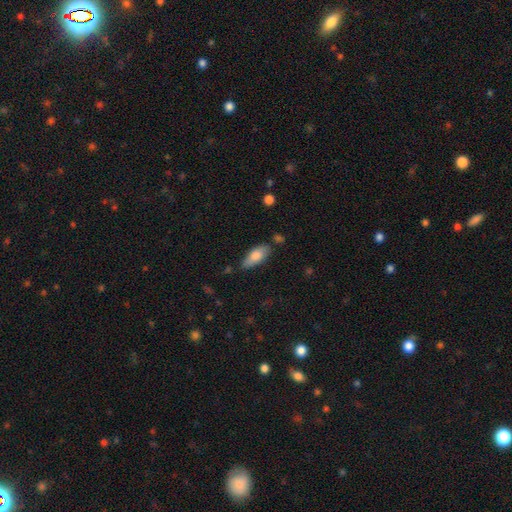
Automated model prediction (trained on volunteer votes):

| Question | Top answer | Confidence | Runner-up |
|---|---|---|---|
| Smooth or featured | smooth | 79% | featured or disk (15%) |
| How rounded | in between | 78% | cigar-shaped (20%) |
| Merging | none | 67% | minor disturbance (23%) |